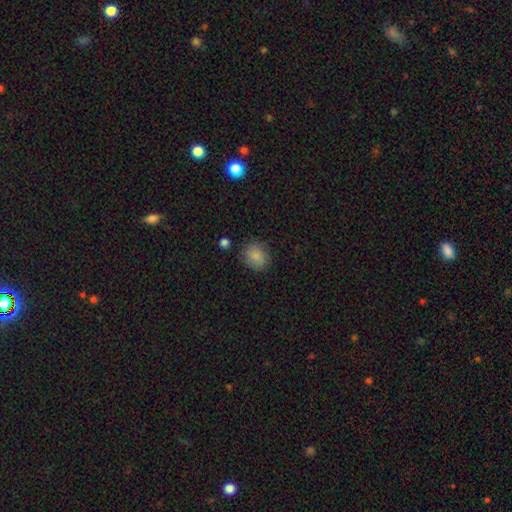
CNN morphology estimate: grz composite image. It shows a smooth galaxy with no disk features (86%) that is round (69%). Merging: none (81%).